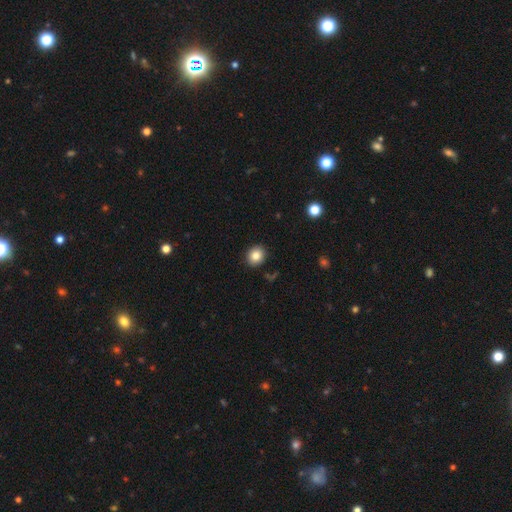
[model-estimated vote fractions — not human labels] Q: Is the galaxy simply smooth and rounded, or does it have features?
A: smooth — 84%.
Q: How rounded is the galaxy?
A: round — 74%.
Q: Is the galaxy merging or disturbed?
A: none — 89%.